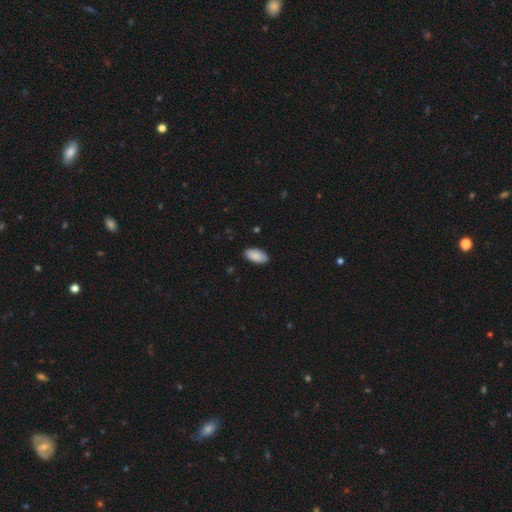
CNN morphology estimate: A smooth galaxy with no disk features (88%) that is in between round and cigar-shaped (95%). Merging: none (87%).